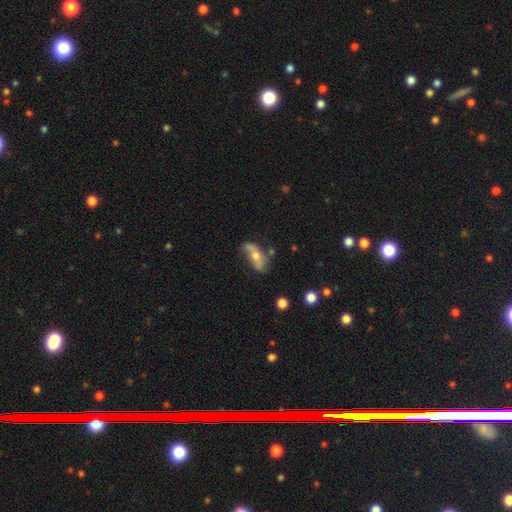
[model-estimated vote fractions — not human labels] A featured or disk galaxy (60%).

Vote fractions:
- Smooth or featured? featured or disk: 60% / smooth: 32% / star or artifact: 8%
- Edge-on disk? no: 82% / yes: 18%
- Merging? none: 49% / minor disturbance: 30% / major disturbance: 15% / merger: 6%